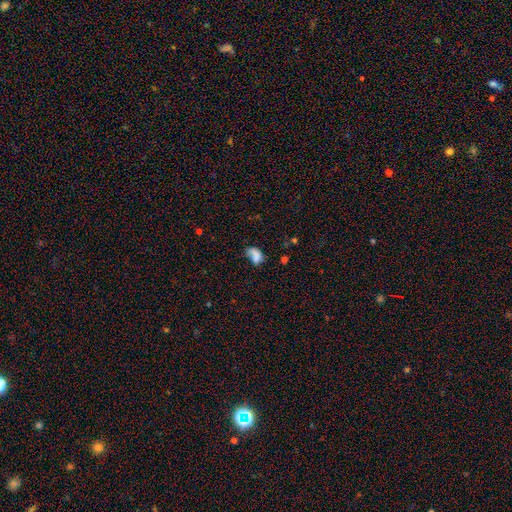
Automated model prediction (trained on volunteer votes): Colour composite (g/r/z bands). It shows a smooth galaxy with no disk features (73%) that is in between round and cigar-shaped (85%). Merging: none (31%).